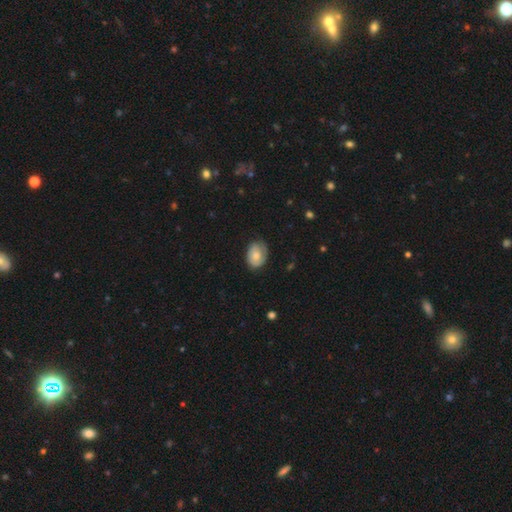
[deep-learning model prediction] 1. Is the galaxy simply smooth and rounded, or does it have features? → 61% smooth, 32% featured or disk, 7% star or artifact.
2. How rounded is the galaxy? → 76% in between, 23% round, 1% cigar-shaped.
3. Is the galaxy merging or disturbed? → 67% none, 26% minor disturbance, 7% major disturbance, 1% merger.